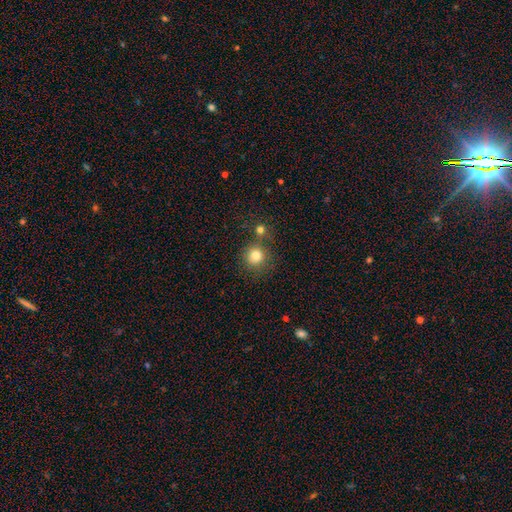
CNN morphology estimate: Smooth or featured? Predicted: smooth (p=0.81). How rounded? Predicted: round (p=0.92). Merging? Predicted: none (p=0.68).